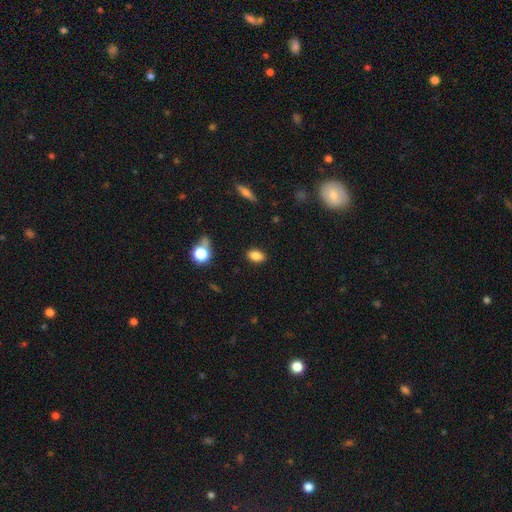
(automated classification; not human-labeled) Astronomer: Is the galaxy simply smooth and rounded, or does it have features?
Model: smooth — 84%.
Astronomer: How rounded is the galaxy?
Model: in between — 85%.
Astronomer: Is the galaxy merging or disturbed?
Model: none — 86%.